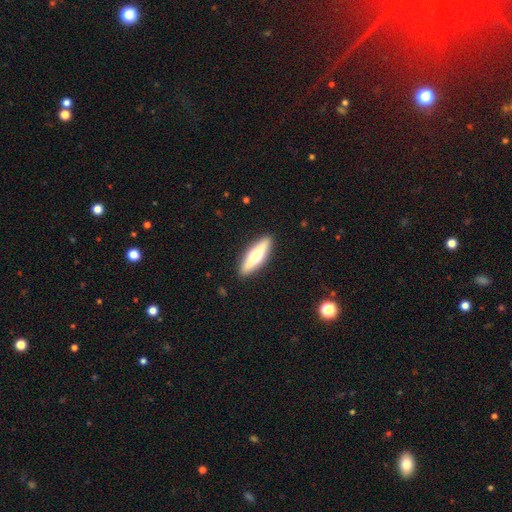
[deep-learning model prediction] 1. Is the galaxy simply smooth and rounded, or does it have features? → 50% smooth, 44% featured or disk, 5% star or artifact.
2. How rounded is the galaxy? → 60% cigar-shaped, 38% in between, 2% round.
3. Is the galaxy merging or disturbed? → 91% none, 7% minor disturbance, 2% major disturbance, 1% merger.